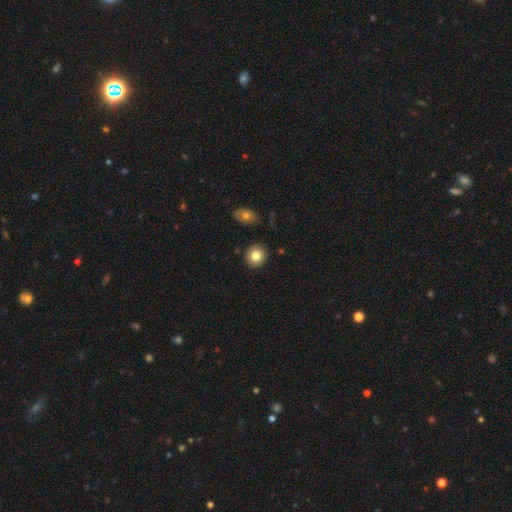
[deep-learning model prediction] Smooth or featured?
  - smooth: 82% *
  - featured or disk: 10%
  - star or artifact: 9%
How rounded?
  - round: 85% *
  - in between: 14%
  - cigar-shaped: 1%
Merging?
  - none: 89% *
  - minor disturbance: 7%
  - merger: 3%
  - major disturbance: 2%